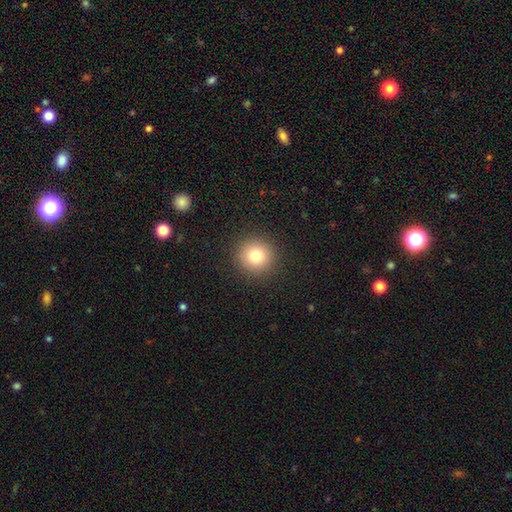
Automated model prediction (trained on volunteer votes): smooth-or-featured: smooth: 80% | star or artifact: 12% | featured or disk: 8%
  how-rounded: round: 95% | in between: 5% | cigar-shaped: 1%
  merging: none: 92% | minor disturbance: 5% | major disturbance: 2% | merger: 1%